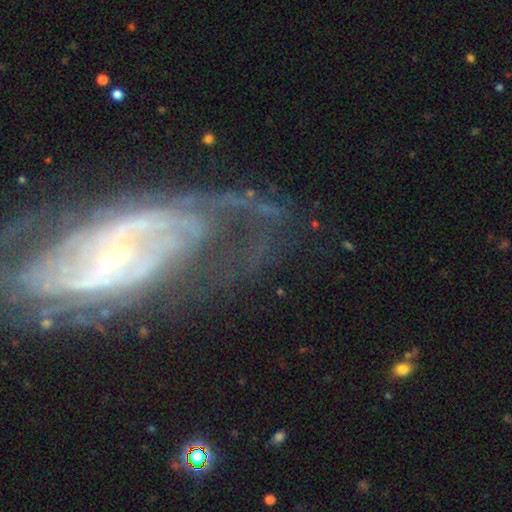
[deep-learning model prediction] Morphology: type=featured or disk (85%); edge-on=no (90%); bar=weak (34%); spiral arms=yes (90%); winding=tight (44%); arm count=2 (42%); bulge=small (79%); merging=none (62%).